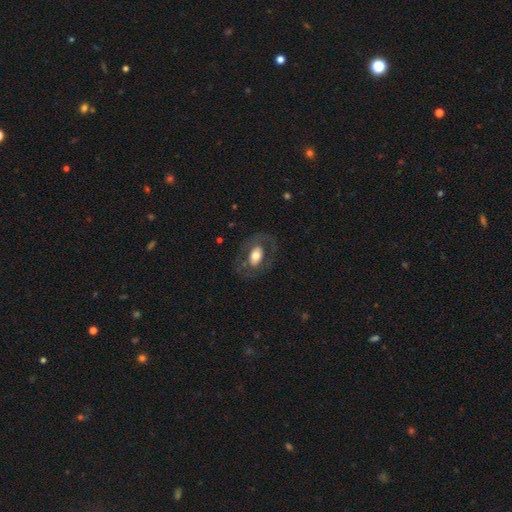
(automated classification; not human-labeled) This appears to be a smooth galaxy with no disk features (50%) that is in between round and cigar-shaped (81%). Merging: none (73%).